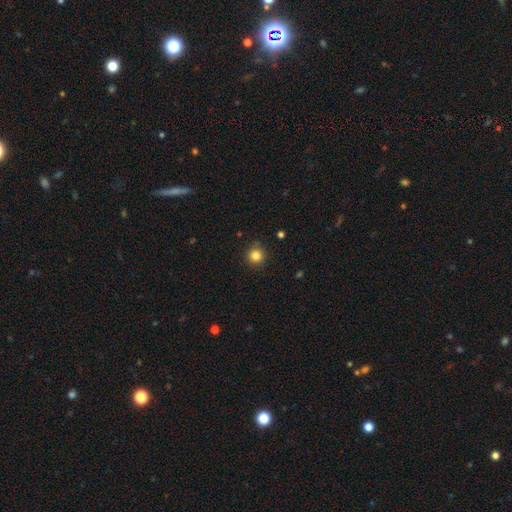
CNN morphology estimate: Smooth or featured? Predicted: smooth (p=0.83). How rounded? Predicted: round (p=0.95). Merging? Predicted: none (p=0.90).